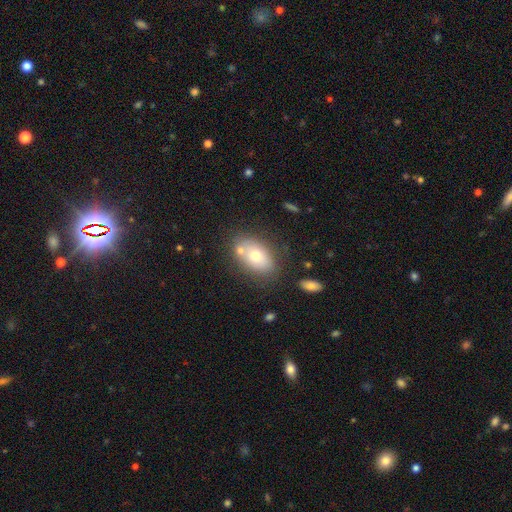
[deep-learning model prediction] smooth_or_featured: smooth (p=0.67) [alt: featured or disk p=0.23]
how_rounded: in between (p=0.83) [alt: round p=0.16]
merging: none (p=0.65) [alt: merger p=0.16]